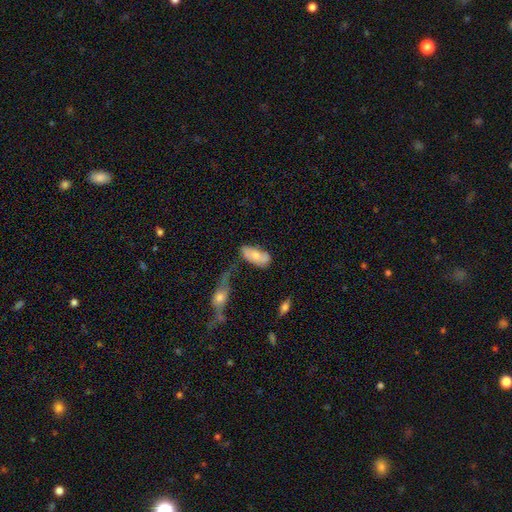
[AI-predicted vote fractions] A smooth galaxy with no disk features (63%) that is in between round and cigar-shaped (88%). Merging: none (45%).